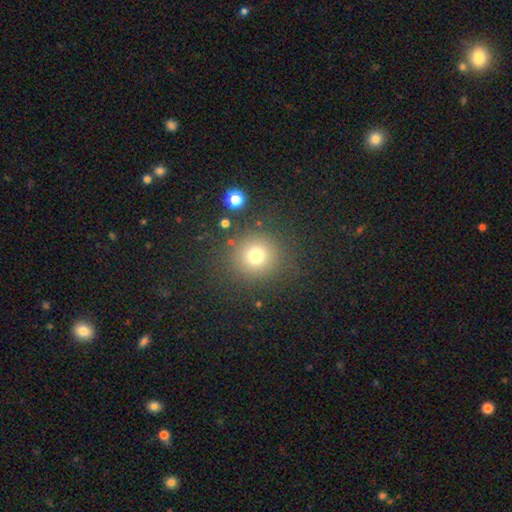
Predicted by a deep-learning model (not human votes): smooth_or_featured: smooth (p=0.74) [alt: star or artifact p=0.17]
how_rounded: round (p=0.92) [alt: in between p=0.07]
merging: none (p=0.84) [alt: minor disturbance p=0.08]